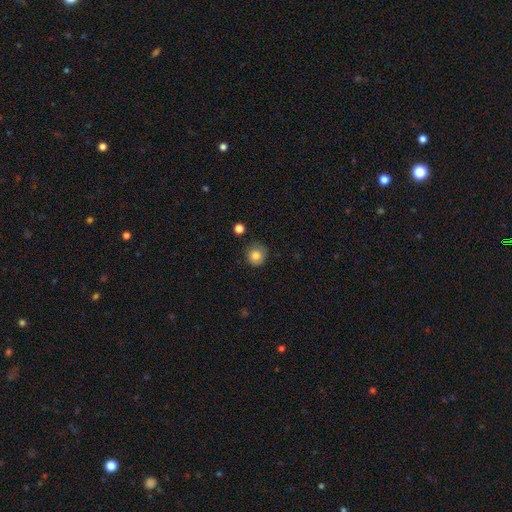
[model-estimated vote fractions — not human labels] smooth-or-featured: smooth: 81% | star or artifact: 11% | featured or disk: 8%
  how-rounded: round: 91% | in between: 8% | cigar-shaped: 1%
  merging: none: 81% | minor disturbance: 14% | major disturbance: 3% | merger: 2%